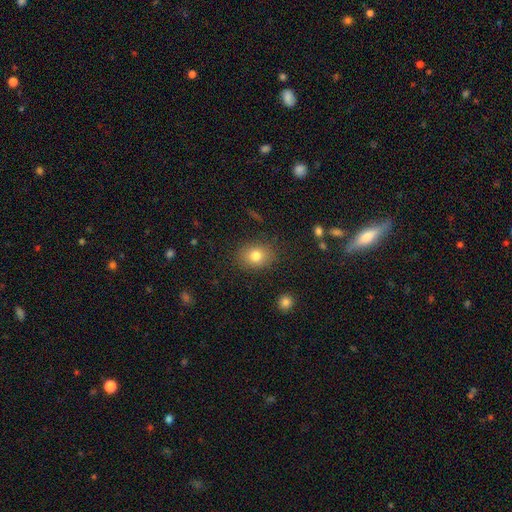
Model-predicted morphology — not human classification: Smooth or featured?
  - smooth: 79% *
  - star or artifact: 11%
  - featured or disk: 10%
How rounded?
  - in between: 54% *
  - round: 45%
  - cigar-shaped: 1%
Merging?
  - none: 85% *
  - minor disturbance: 10%
  - major disturbance: 3%
  - merger: 1%